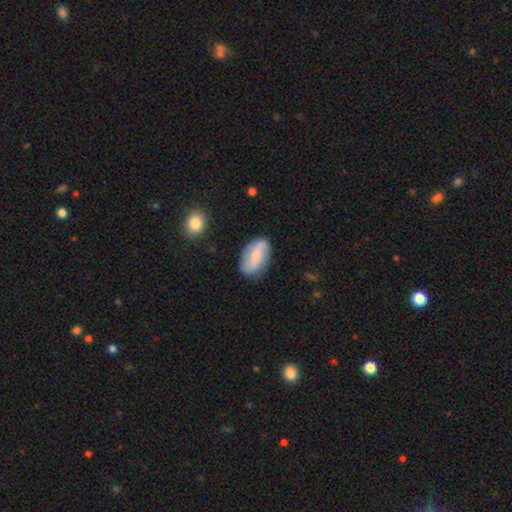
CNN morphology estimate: Smooth or featured? smooth (49%)
Merging? none (76%)